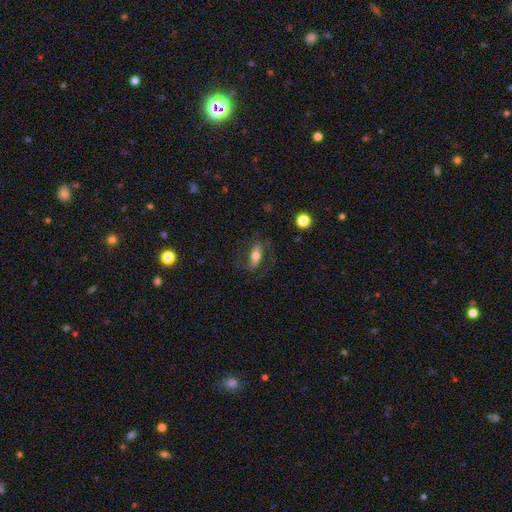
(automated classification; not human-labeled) Smooth or featured: smooth — 53% (featured or disk — 39%)
How rounded: in between — 70% (cigar-shaped — 25%)
Merging: none — 71% (minor disturbance — 17%)